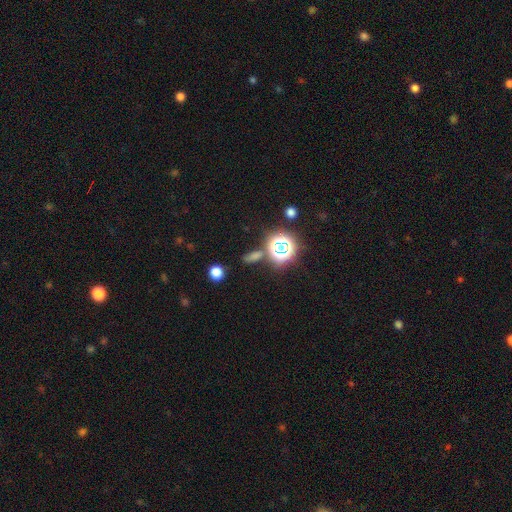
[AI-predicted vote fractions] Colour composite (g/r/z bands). It shows a star or artifact, not a galaxy (46%).